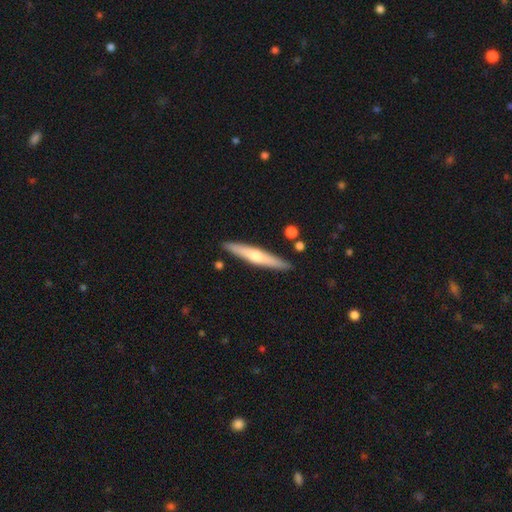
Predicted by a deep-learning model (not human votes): Smooth or featured?
  - featured or disk: 52% *
  - smooth: 42%
  - star or artifact: 5%
Edge-on disk?
  - yes: 94% *
  - no: 6%
Merging?
  - none: 89% *
  - minor disturbance: 7%
  - merger: 2%
  - major disturbance: 1%